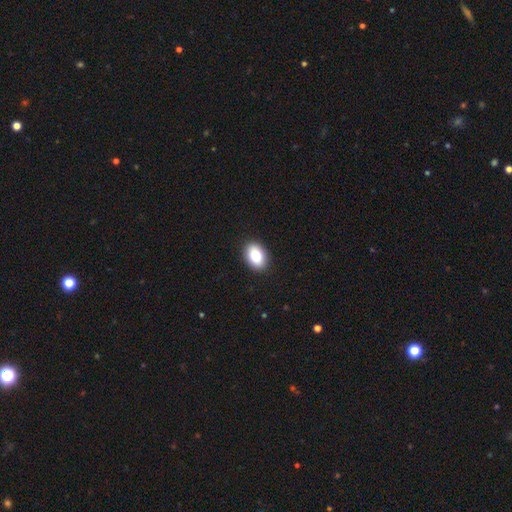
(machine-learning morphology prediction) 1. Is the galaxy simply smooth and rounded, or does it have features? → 82% smooth, 10% featured or disk, 8% star or artifact.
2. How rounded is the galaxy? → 83% in between, 16% round, 1% cigar-shaped.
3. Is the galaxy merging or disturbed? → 91% none, 7% minor disturbance, 2% major disturbance, 1% merger.